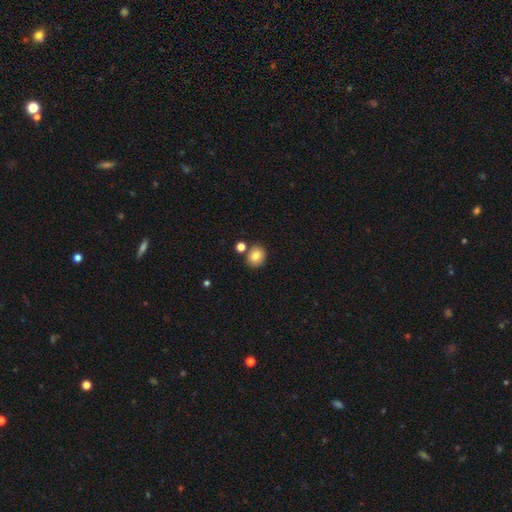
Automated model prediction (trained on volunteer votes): The model was most divided on "how rounded": round: 64%, in between: 35%, cigar-shaped: 1%. More confident: smooth or featured — smooth (83%); merging — none (76%).